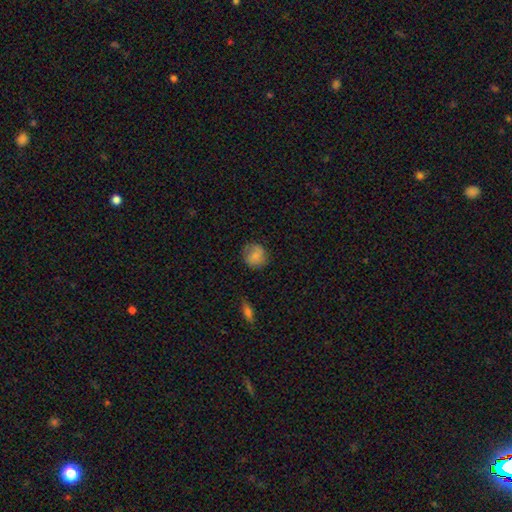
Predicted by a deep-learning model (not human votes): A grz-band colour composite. It shows a smooth galaxy with no disk features (77%) that is round (83%). Merging: none (75%).